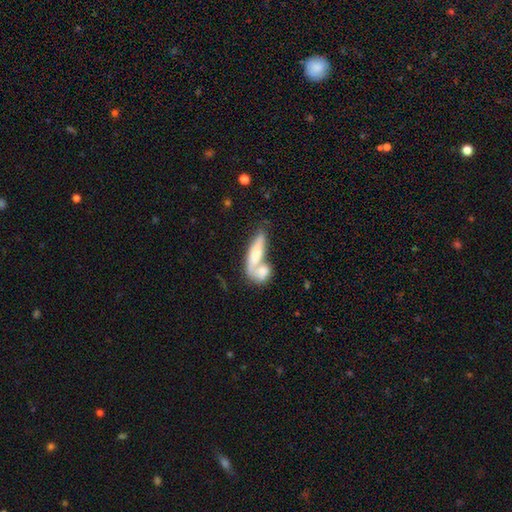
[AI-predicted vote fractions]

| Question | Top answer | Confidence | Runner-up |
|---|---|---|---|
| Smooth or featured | smooth | 63% | featured or disk (30%) |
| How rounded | in between | 50% | cigar-shaped (45%) |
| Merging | merger | 64% | none (20%) |